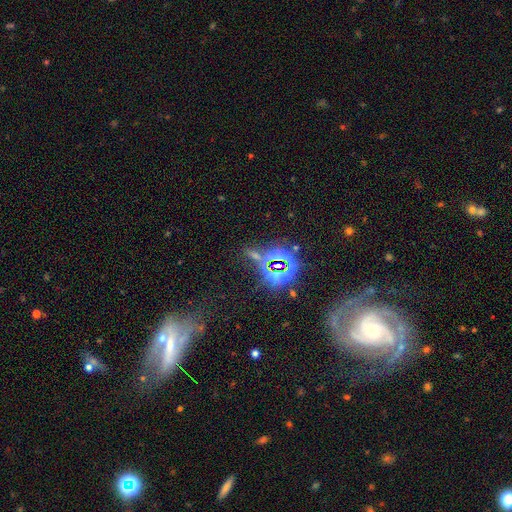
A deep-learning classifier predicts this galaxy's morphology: This appears to be a star or artifact, not a galaxy (74%).